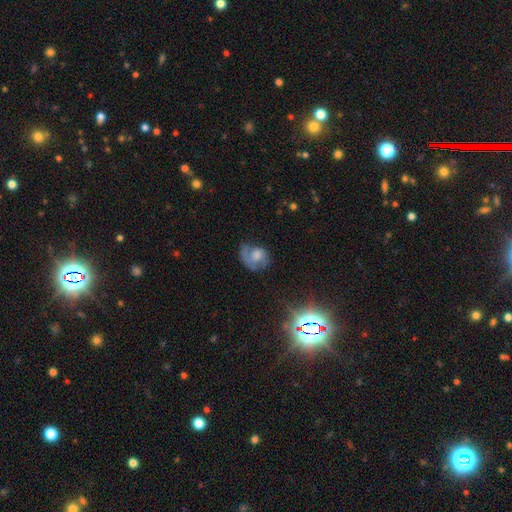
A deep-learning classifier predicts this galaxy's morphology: A featured or disk galaxy (53%) with no bar (75%), spiral arms (75%) and a moderate central bulge (30%).

Vote fractions:
- Smooth or featured? featured or disk: 53% / smooth: 36% / star or artifact: 11%
- Edge-on disk? no: 97% / yes: 3%
- Bar? no: 75% / weak: 21% / strong: 4%
- Spiral arms? yes: 75% / no: 25%
- Bulge size? moderate: 30% / large: 27% / none: 25% / small: 15% / dominant: 4%
- Merging? none: 46% / major disturbance: 25% / minor disturbance: 25% / merger: 3%